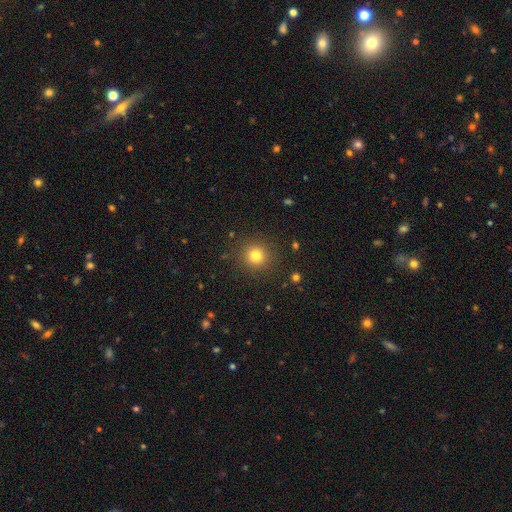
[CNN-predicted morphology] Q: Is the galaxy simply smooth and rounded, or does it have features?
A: smooth — 79%.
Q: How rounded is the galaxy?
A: round — 93%.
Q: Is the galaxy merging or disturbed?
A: none — 89%.